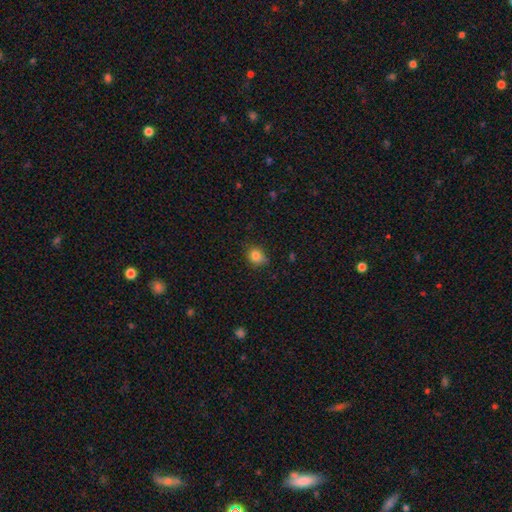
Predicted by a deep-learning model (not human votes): This is clearly a smooth galaxy (82%). How rounded: likely round (70%). Merging: likely none (75%).